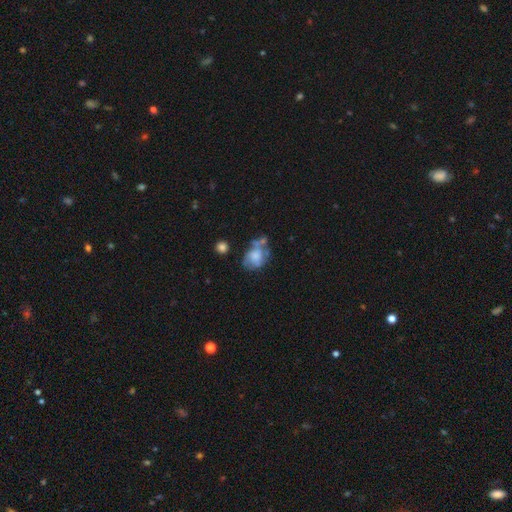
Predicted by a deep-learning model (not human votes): Smooth or featured? featured or disk (50%)
Edge-on disk? no (97%)
Merging? none (35%)